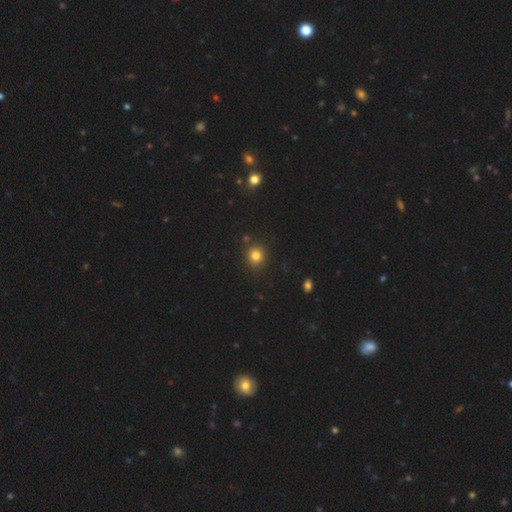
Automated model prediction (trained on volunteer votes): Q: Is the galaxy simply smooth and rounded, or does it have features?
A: smooth — 81%.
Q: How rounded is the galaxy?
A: round — 88%.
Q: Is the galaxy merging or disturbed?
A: none — 86%.